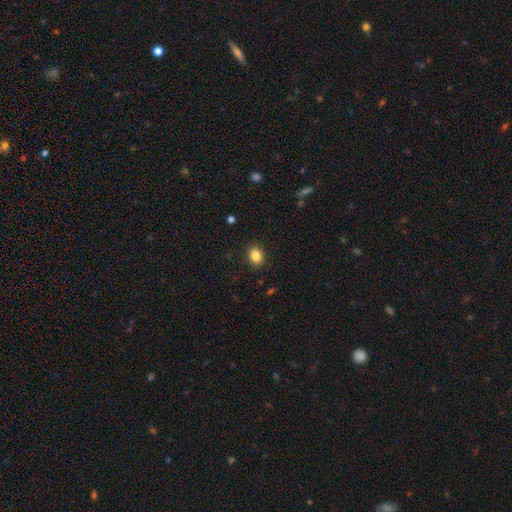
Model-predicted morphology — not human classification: smooth_or_featured: smooth (p=0.86) [alt: star or artifact p=0.10]
how_rounded: round (p=0.52) [alt: in between p=0.47]
merging: none (p=0.89) [alt: minor disturbance p=0.08]